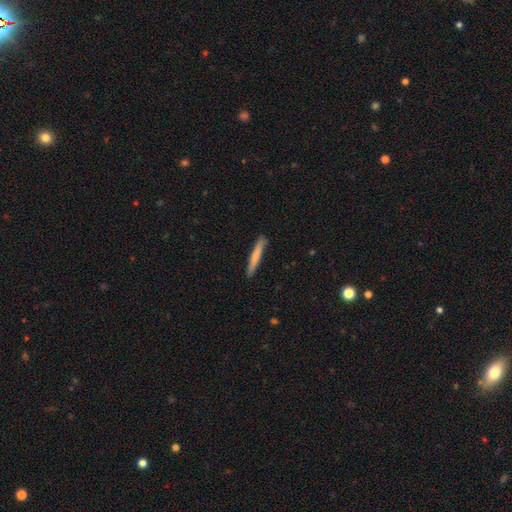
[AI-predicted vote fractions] smooth_or_featured: smooth (p=0.71) [alt: featured or disk p=0.23]
how_rounded: cigar-shaped (p=0.96) [alt: in between p=0.03]
merging: none (p=0.90) [alt: minor disturbance p=0.08]